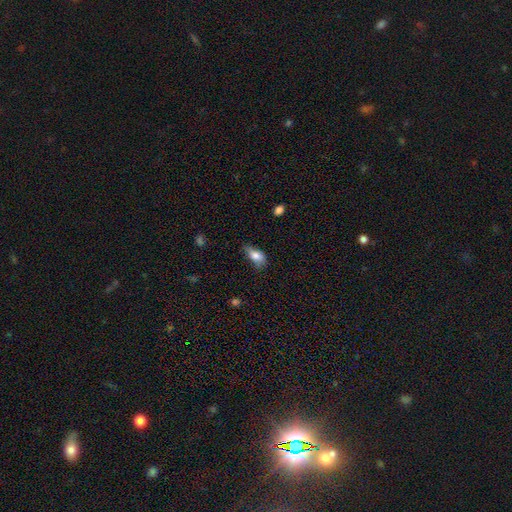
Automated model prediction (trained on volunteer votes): A smooth galaxy with no disk features (75%) that is in between round and cigar-shaped (84%). Merging: minor disturbance (41%).